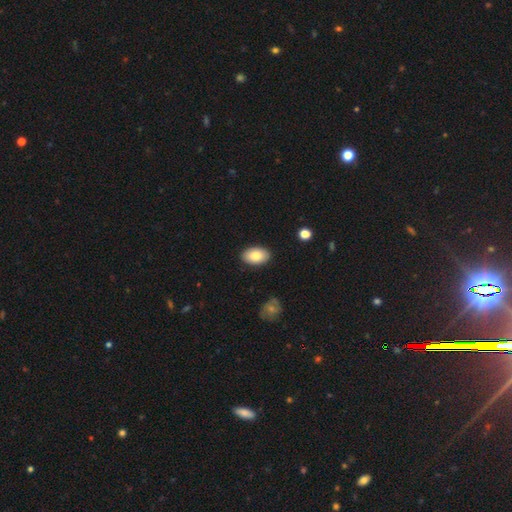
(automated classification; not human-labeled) Smooth or featured? smooth (85%)
How rounded? in between (94%)
Merging? none (88%)